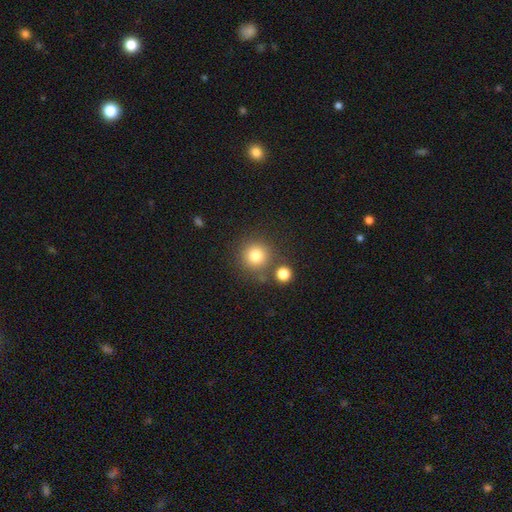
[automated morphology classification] The model was most divided on "smooth or featured": smooth: 80%, star or artifact: 13%, featured or disk: 8%. More confident: how rounded — round (94%); merging — none (79%).